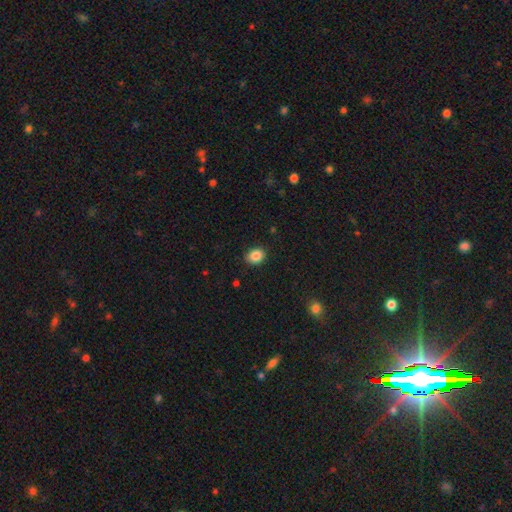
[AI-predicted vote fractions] A smooth galaxy with no disk features (87%) that is in between round and cigar-shaped (53%). Merging: none (88%).